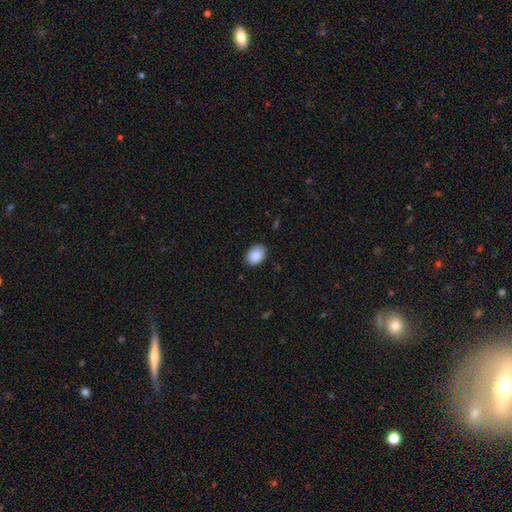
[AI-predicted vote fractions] Smooth or featured? Predicted: smooth (p=0.90). How rounded? Predicted: in between (p=0.81). Merging? Predicted: none (p=0.86).